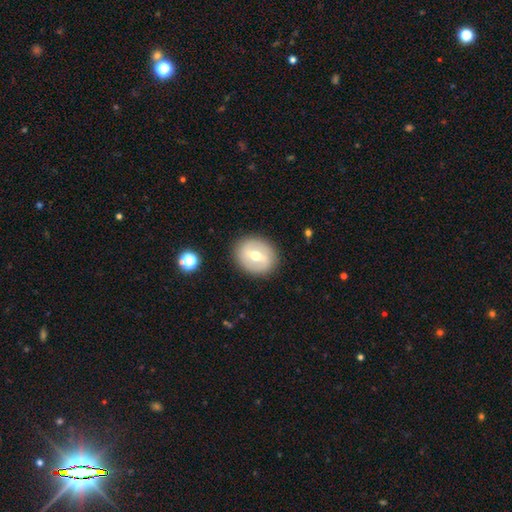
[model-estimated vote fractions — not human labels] Smooth or featured?
  - featured or disk: 57% *
  - smooth: 36%
  - star or artifact: 7%
Edge-on disk?
  - no: 93% *
  - yes: 7%
Bar?
  - weak: 43% *
  - strong: 39%
  - no: 18%
Spiral arms?
  - no: 63% *
  - yes: 37%
Bulge size?
  - moderate: 73% *
  - small: 19%
  - large: 6%
  - dominant: 1%
  - none: 1%
Merging?
  - none: 87% *
  - minor disturbance: 9%
  - major disturbance: 3%
  - merger: 1%